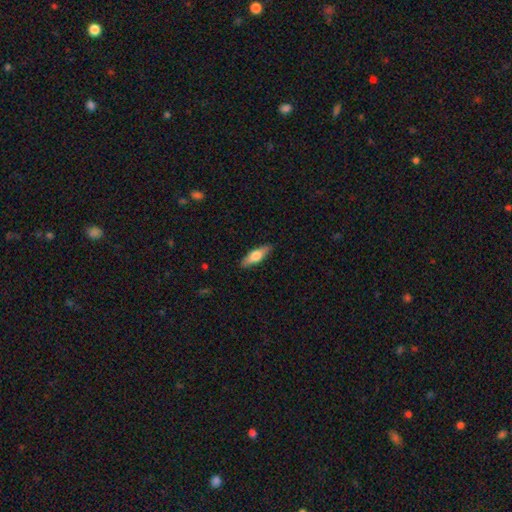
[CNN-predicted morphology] The model was most divided on "how rounded": cigar-shaped: 50%, in between: 48%, round: 3%. More confident: merging — none (88%); smooth or featured — smooth (59%).